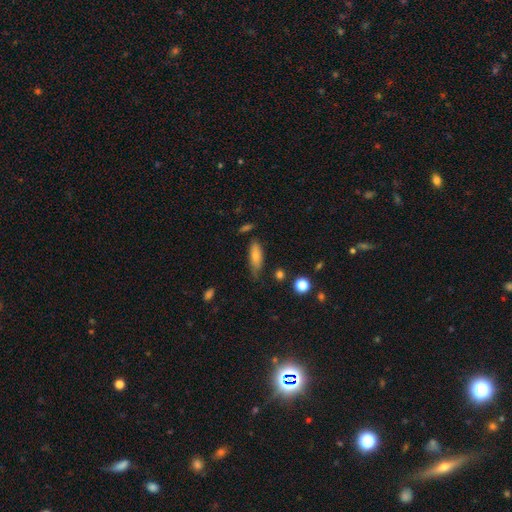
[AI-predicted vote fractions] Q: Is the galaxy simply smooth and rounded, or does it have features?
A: smooth — 77%.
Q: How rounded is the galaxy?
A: in between — 61%.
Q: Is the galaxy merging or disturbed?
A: none — 61%.